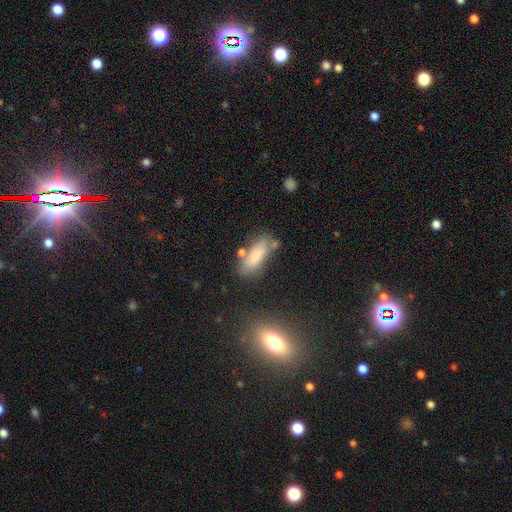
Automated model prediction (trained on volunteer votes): A smooth galaxy with no disk features (79%) that is in between round and cigar-shaped (64%). Merging: none (66%).